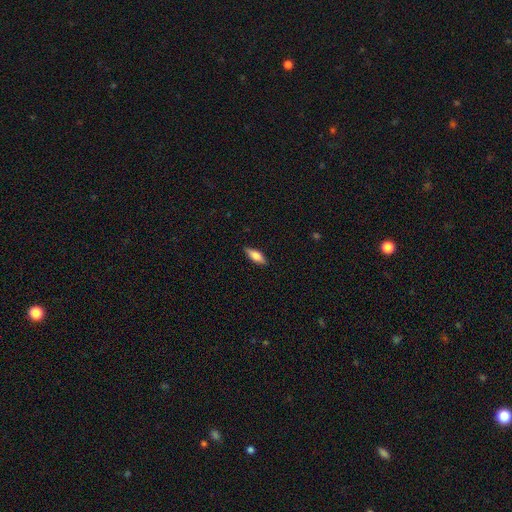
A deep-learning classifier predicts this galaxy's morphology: Smooth or featured? smooth (73%)
How rounded? in between (60%)
Merging? none (87%)